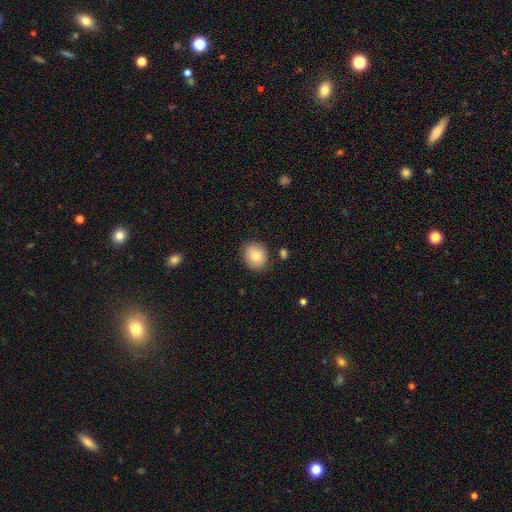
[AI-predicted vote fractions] Smooth or featured? smooth (83%)
How rounded? round (68%)
Merging? none (84%)